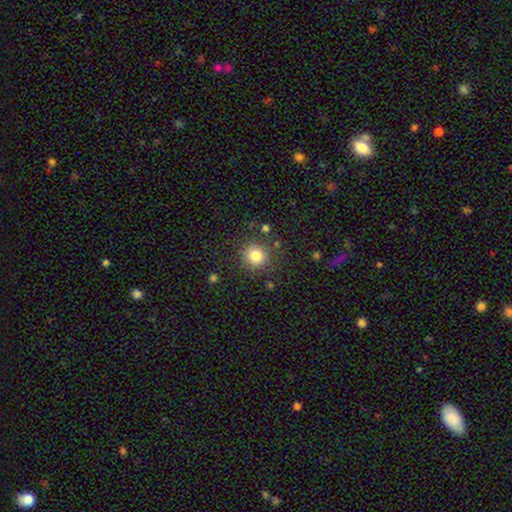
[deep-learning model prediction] Smooth or featured? Predicted: smooth (p=0.82). How rounded? Predicted: round (p=0.90). Merging? Predicted: none (p=0.84).